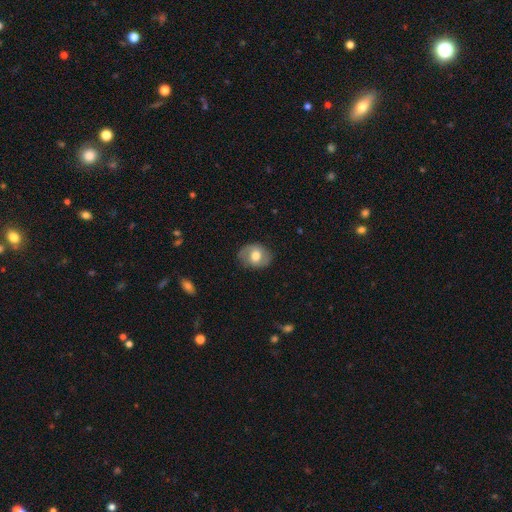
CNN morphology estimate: Q: Smooth or featured?
A: smooth (60%); runner-up: featured or disk (33%)
Q: How rounded?
A: in between (55%); runner-up: round (43%)
Q: Merging?
A: none (81%); runner-up: minor disturbance (14%)